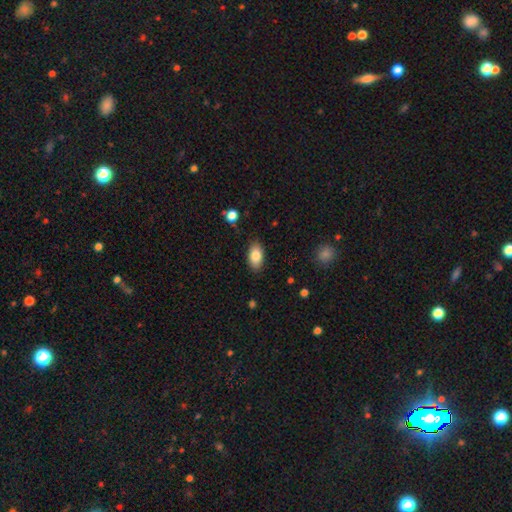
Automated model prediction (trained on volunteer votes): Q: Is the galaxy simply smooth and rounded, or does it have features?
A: smooth — 83%.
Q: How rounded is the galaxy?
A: in between — 92%.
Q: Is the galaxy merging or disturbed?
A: none — 86%.